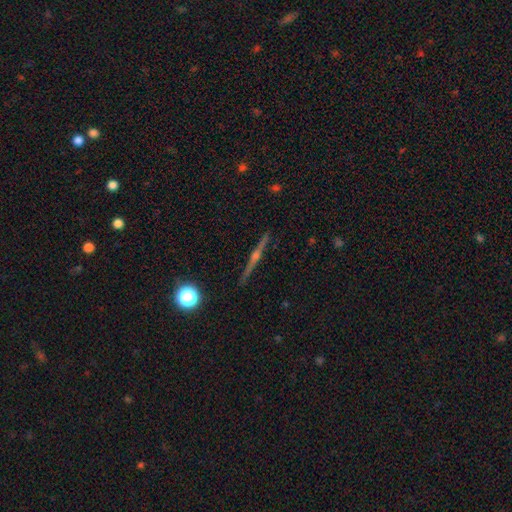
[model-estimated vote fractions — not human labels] featured or disk 69%, smooth 16%, star or artifact 16%. Down the decision tree: edge-on disk — yes (95%); edge-on bulge — rounded (78%); merging — none (88%).